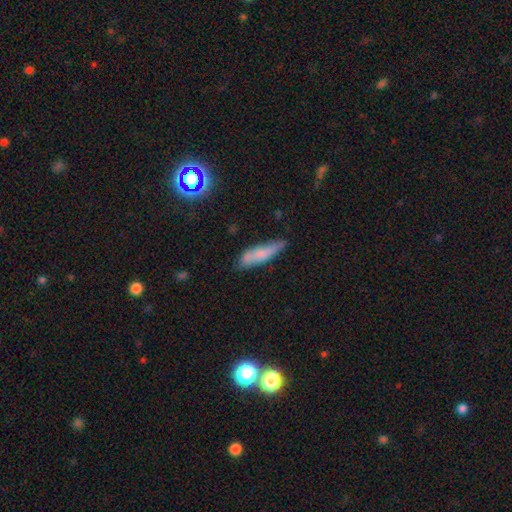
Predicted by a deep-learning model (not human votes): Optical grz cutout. It shows a smooth galaxy with no disk features (72%) that is cigar-shaped (71%). Merging: none (64%).